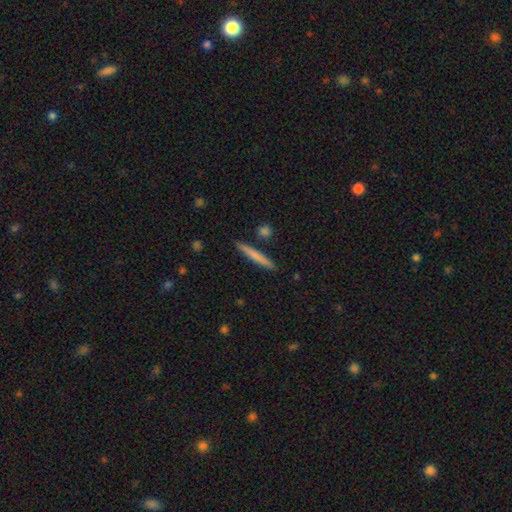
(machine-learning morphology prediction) The model was most divided on "smooth or featured": smooth: 68%, featured or disk: 27%, star or artifact: 5%. More confident: how rounded — cigar-shaped (96%); merging — none (89%).